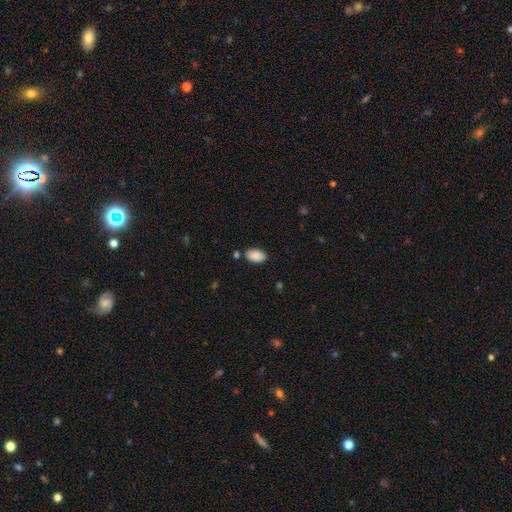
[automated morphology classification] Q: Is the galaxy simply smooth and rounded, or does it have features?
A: smooth — 89%.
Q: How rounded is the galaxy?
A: in between — 94%.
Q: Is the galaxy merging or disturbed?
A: none — 80%.